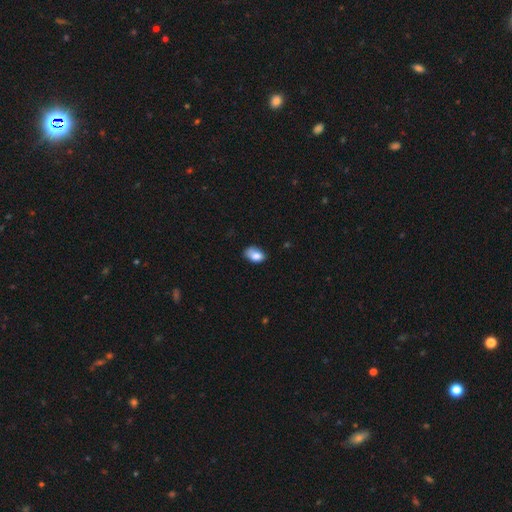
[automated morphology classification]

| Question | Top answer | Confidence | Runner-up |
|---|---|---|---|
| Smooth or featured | smooth | 81% | featured or disk (10%) |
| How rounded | in between | 88% | round (11%) |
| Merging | none | 53% | minor disturbance (35%) |